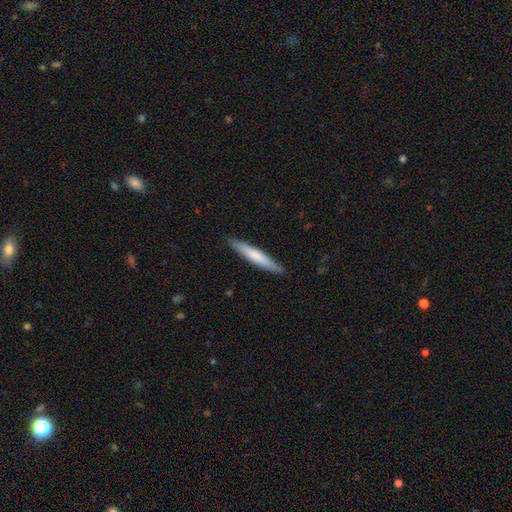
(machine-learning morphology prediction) This is likely a smooth galaxy (68%). How rounded: clearly cigar-shaped (94%). Merging: clearly none (89%).